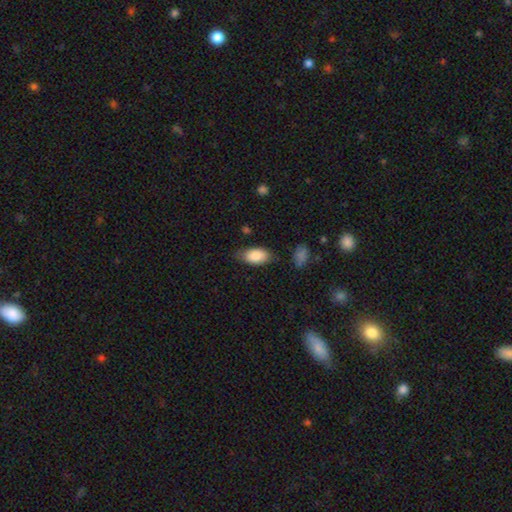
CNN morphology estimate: Q: Smooth or featured?
A: smooth (86%); runner-up: featured or disk (8%)
Q: How rounded?
A: in between (92%); runner-up: round (4%)
Q: Merging?
A: none (70%); runner-up: minor disturbance (22%)